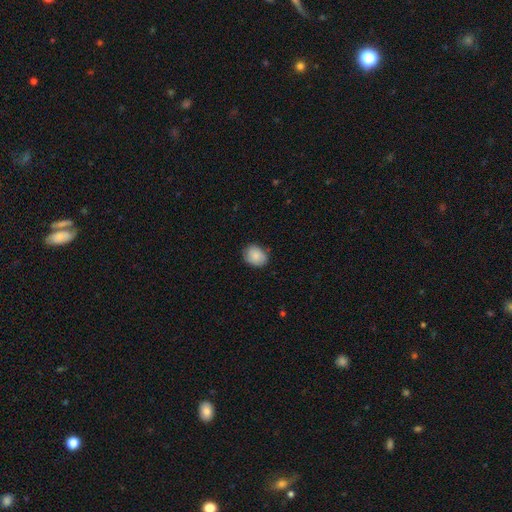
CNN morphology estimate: smooth-or-featured: smooth: 86% | star or artifact: 7% | featured or disk: 7%
  how-rounded: in between: 55% | round: 44% | cigar-shaped: 1%
  merging: none: 76% | minor disturbance: 20% | major disturbance: 3% | merger: 1%